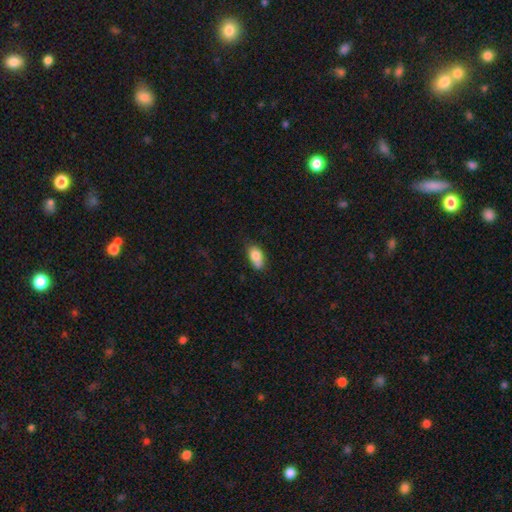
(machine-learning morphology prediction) The model was most divided on "merging": none: 51%, minor disturbance: 29%, merger: 13%, major disturbance: 7%. More confident: how rounded — in between (87%); smooth or featured — smooth (80%).